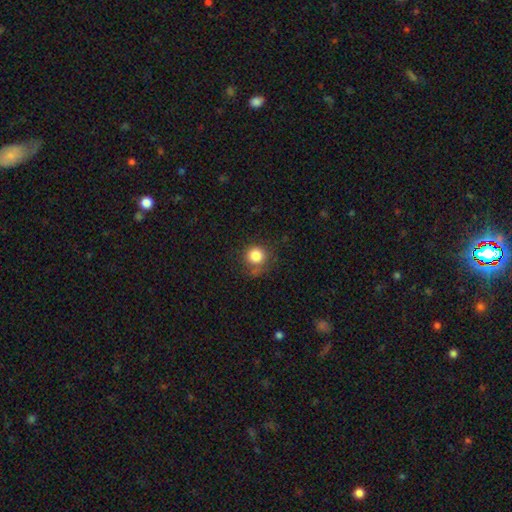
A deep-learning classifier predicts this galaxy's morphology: smooth-or-featured: smooth: 84% | star or artifact: 11% | featured or disk: 6%
  how-rounded: round: 92% | in between: 7% | cigar-shaped: 1%
  merging: none: 71% | minor disturbance: 19% | major disturbance: 7% | merger: 3%